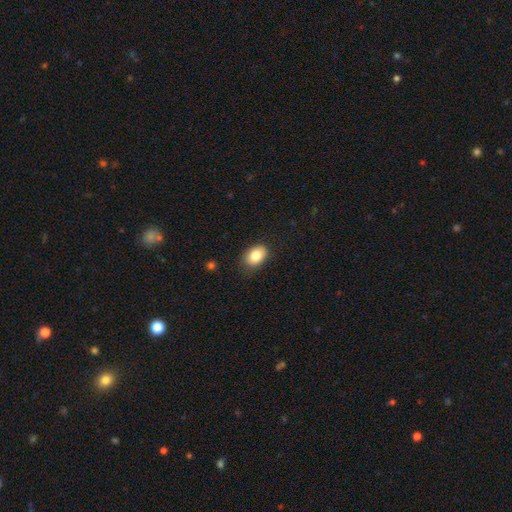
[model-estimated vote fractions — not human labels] Overall: smooth (84%). How rounded: in between (81%). Merging: none (84%).